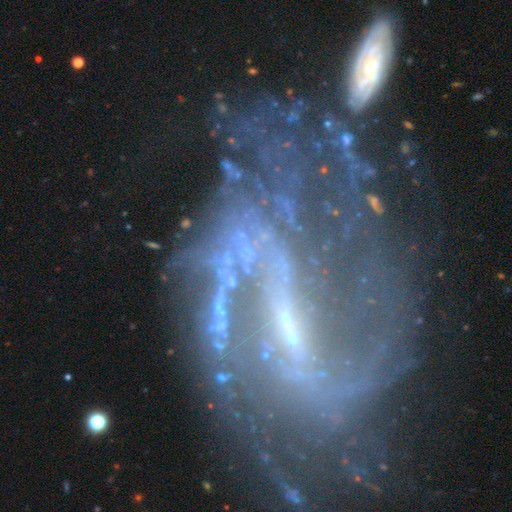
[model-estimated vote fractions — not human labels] A featured or disk galaxy (85%) with a strong bar (49%), 2 (54%) loose (45%) spiral arms (83%) and a small central bulge (59%). Merging: none (41%).